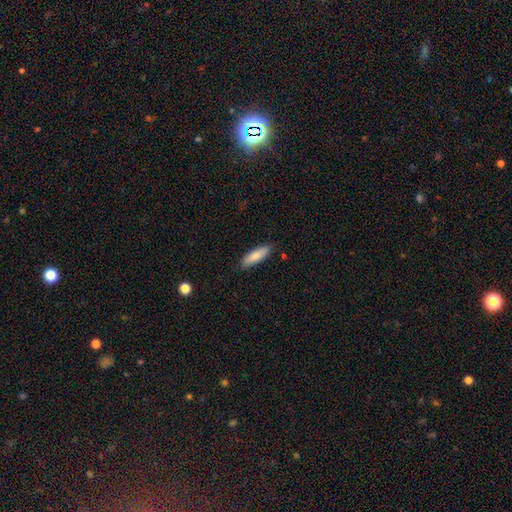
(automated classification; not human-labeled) Q: Smooth or featured?
A: smooth (83%); runner-up: featured or disk (11%)
Q: How rounded?
A: cigar-shaped (49%); tied with: in between (49%)
Q: Merging?
A: none (86%); runner-up: minor disturbance (11%)